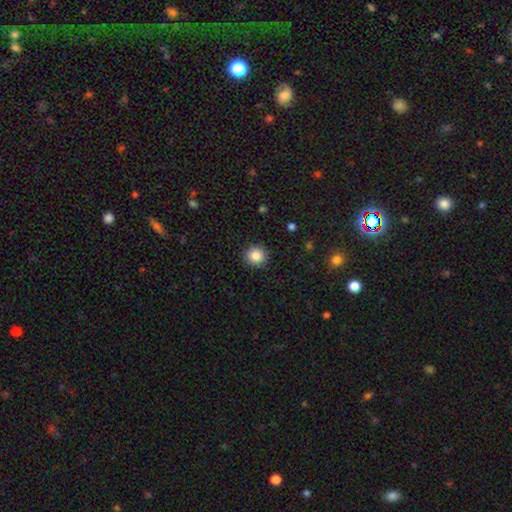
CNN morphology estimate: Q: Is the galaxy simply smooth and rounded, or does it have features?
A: smooth — 85%.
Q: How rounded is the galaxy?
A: round — 92%.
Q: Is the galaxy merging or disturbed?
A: none — 91%.